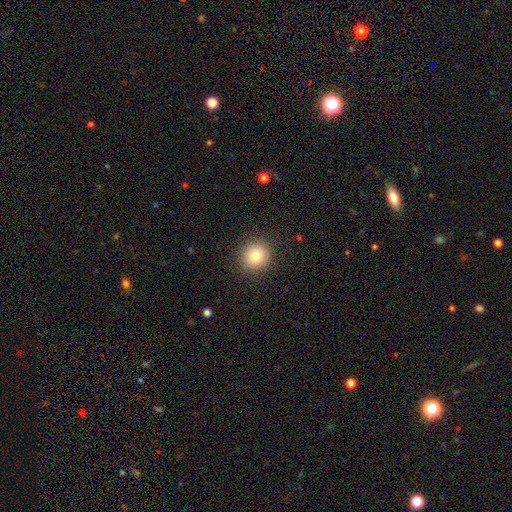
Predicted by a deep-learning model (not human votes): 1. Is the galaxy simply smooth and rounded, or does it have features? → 81% smooth, 10% star or artifact, 8% featured or disk.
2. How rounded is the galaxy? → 91% round, 8% in between, 1% cigar-shaped.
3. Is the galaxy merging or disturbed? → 90% none, 7% minor disturbance, 2% major disturbance, 1% merger.